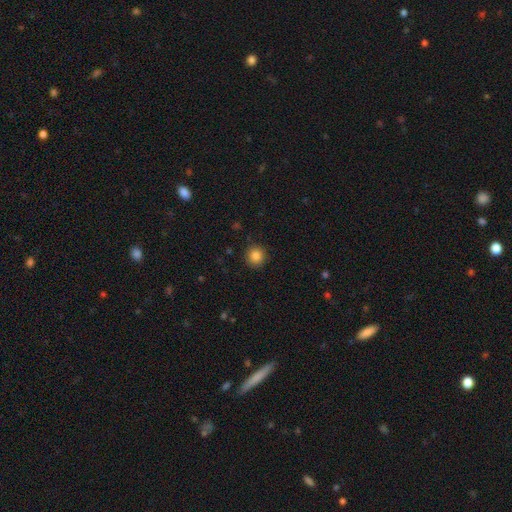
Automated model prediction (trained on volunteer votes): Smooth or featured: smooth — 85% (star or artifact — 11%)
How rounded: round — 94% (in between — 5%)
Merging: none — 91% (minor disturbance — 6%)